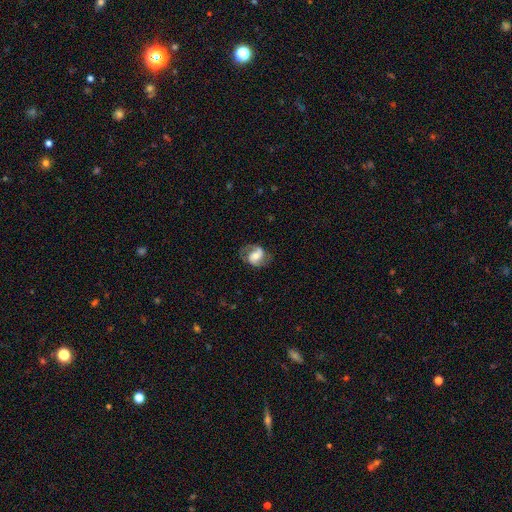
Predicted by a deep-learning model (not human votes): Smooth or featured? Predicted: featured or disk (p=0.79). Edge-on disk? Predicted: no (p=0.97). Bar? Predicted: weak (p=0.43). Spiral arms? Predicted: yes (p=0.94). Spiral winding? Predicted: medium (p=0.51). Spiral arm count? Predicted: 2 (p=0.90). Bulge size? Predicted: moderate (p=0.58). Merging? Predicted: none (p=0.76).